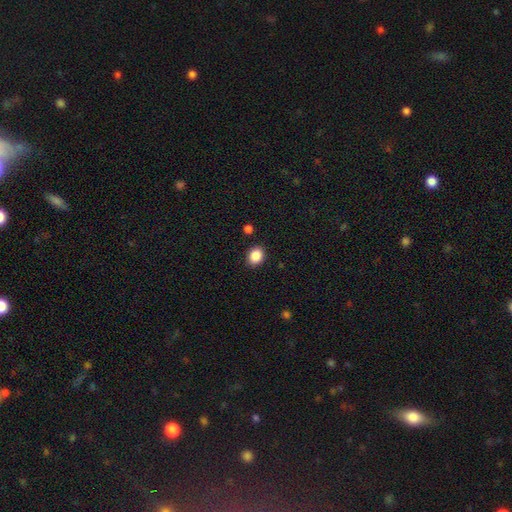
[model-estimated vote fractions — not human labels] Smooth or featured? Predicted: smooth (p=0.87). How rounded? Predicted: in between (p=0.51). Merging? Predicted: none (p=0.88).